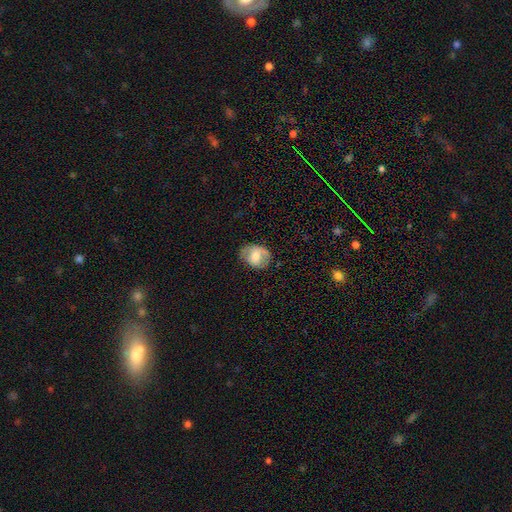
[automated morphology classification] This appears to be a smooth galaxy with no disk features (60%) that is in between round and cigar-shaped (58%). Merging: none (62%).